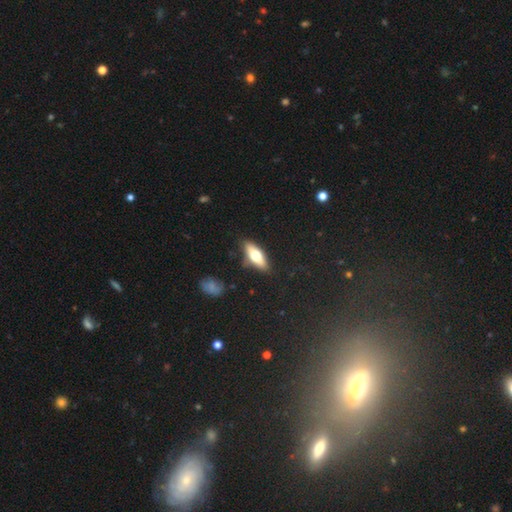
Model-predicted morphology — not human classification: Smooth or featured?
  - smooth: 58% *
  - featured or disk: 36%
  - star or artifact: 6%
How rounded?
  - in between: 57% *
  - cigar-shaped: 40%
  - round: 3%
Merging?
  - none: 83% *
  - minor disturbance: 12%
  - major disturbance: 3%
  - merger: 2%